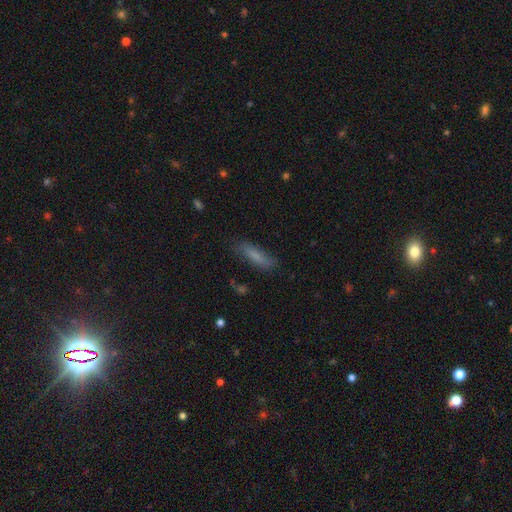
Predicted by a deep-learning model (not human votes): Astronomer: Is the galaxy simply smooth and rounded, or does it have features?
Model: smooth — 74%.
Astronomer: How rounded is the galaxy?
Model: cigar-shaped — 67%.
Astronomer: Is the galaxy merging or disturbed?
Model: none — 76%.